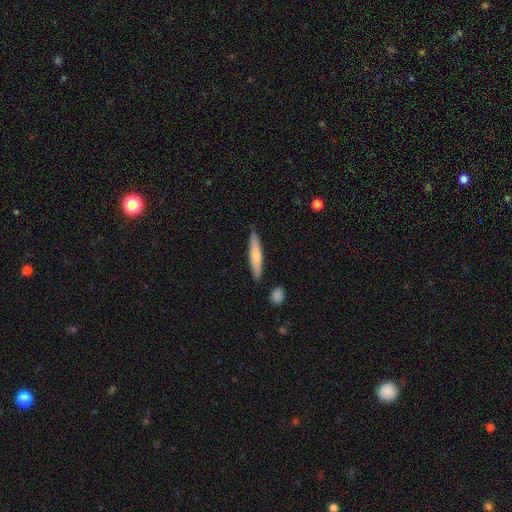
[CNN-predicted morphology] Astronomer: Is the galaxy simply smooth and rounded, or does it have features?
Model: smooth — 68%.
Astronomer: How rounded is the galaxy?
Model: cigar-shaped — 89%.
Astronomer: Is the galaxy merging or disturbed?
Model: none — 86%.